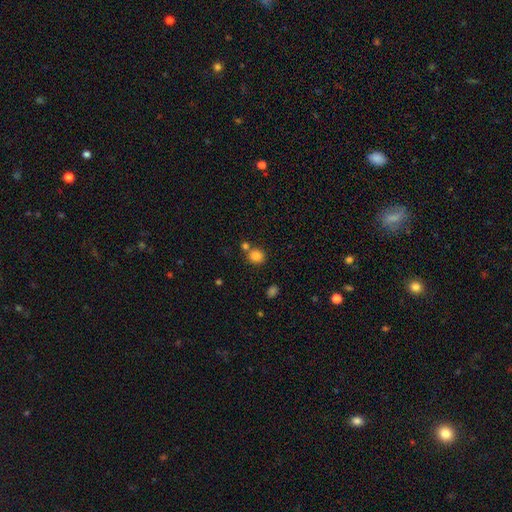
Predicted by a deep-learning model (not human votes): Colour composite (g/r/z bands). It shows a smooth galaxy with no disk features (83%) that is round (85%). Merging: none (68%).